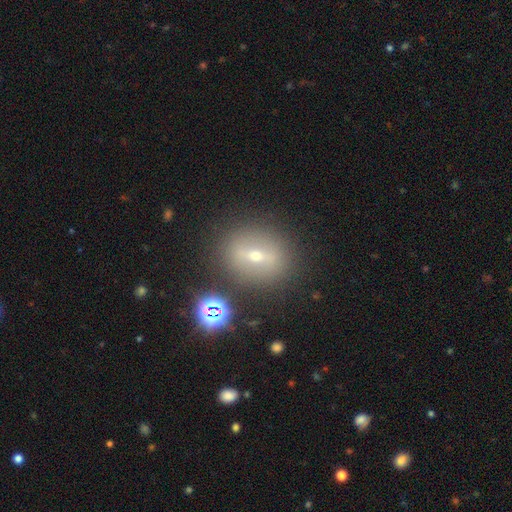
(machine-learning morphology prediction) type=featured or disk (52%); edge-on=no (78%); merging=none (83%).